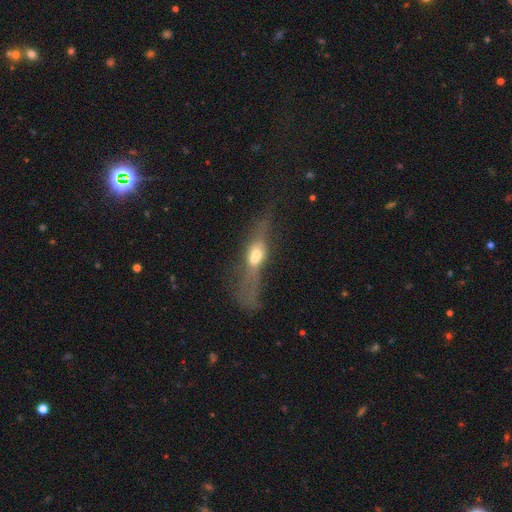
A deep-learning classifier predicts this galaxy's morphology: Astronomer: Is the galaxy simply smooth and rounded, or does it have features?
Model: featured or disk — 53% (runner-up: smooth, 35%).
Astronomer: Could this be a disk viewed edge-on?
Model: yes — 59% (runner-up: no, 41%).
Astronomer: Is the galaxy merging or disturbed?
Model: none — 30%, tied with major disturbance at 30%.